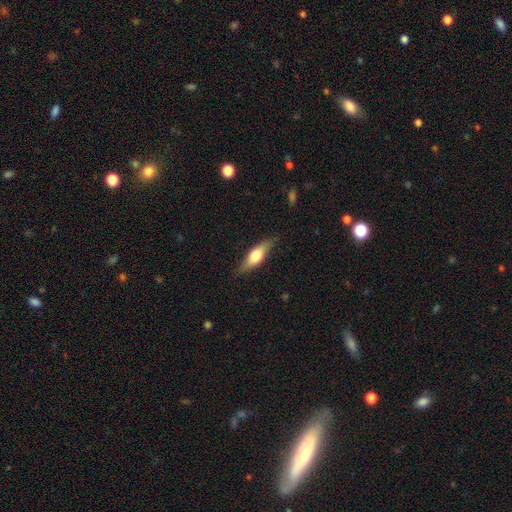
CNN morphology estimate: Smooth or featured? Predicted: smooth (p=0.52). How rounded? Predicted: in between (p=0.49). Merging? Predicted: none (p=0.83).